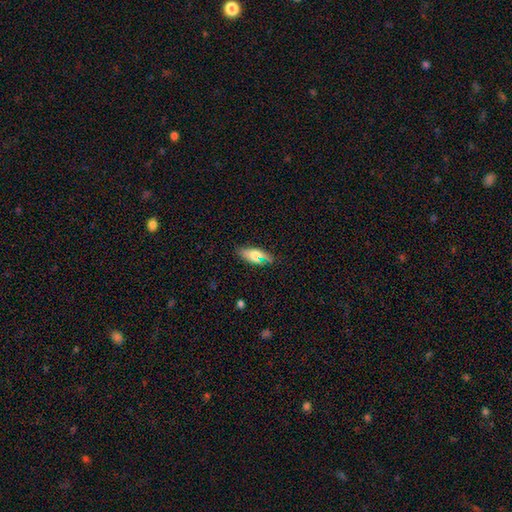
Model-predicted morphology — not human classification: The model was most divided on "smooth or featured": smooth: 64%, featured or disk: 25%, star or artifact: 12%. More confident: merging — none (79%); how rounded — in between (70%).